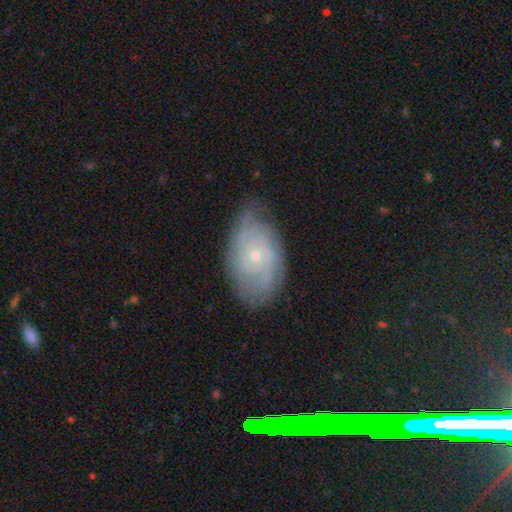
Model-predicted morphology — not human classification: This appears to be a featured or disk galaxy (79%) with no bar (78%), tight (72%) spiral arms (92%) and a small central bulge (71%). Merging: none (73%).